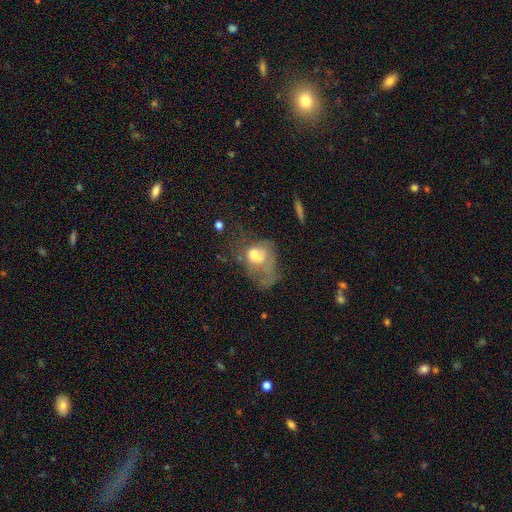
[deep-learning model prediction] smooth_or_featured: smooth (p=0.47) [alt: featured or disk p=0.41]
merging: major disturbance (p=0.55) [alt: none p=0.20]